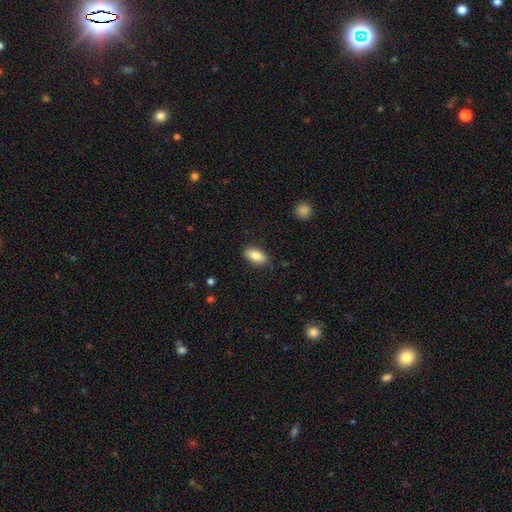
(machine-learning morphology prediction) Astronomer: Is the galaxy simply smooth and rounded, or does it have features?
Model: smooth — 84%.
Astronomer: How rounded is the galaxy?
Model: in between — 89%.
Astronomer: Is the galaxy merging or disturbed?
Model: none — 85%.